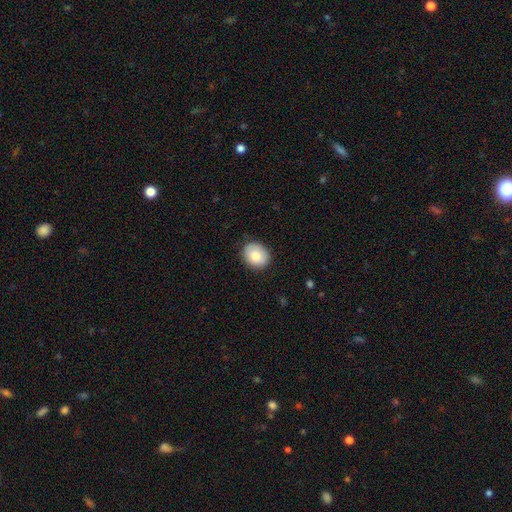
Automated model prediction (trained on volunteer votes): Smooth or featured: smooth — 82% (featured or disk — 10%)
How rounded: round — 61% (in between — 39%)
Merging: none — 85% (minor disturbance — 11%)